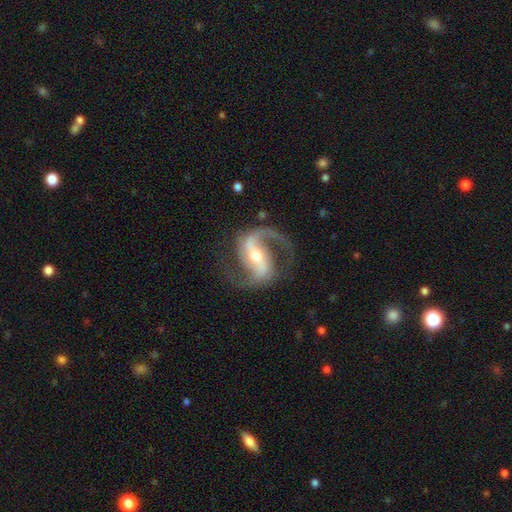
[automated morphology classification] Smooth or featured?
  - featured or disk: 93% *
  - star or artifact: 4%
  - smooth: 3%
Edge-on disk?
  - no: 97% *
  - yes: 3%
Bar?
  - strong: 54% *
  - weak: 32%
  - no: 14%
Spiral arms?
  - yes: 98% *
  - no: 2%
Spiral winding?
  - medium: 54% *
  - loose: 35%
  - tight: 11%
Spiral arm count?
  - 2: 92% *
  - 1: 3%
  - can't tell: 2%
  - 3: 1%
  - 4: 1%
  - more than 4: 1%
Bulge size?
  - moderate: 50% *
  - small: 45%
  - large: 3%
  - none: 1%
  - dominant: 1%
Merging?
  - none: 76% *
  - minor disturbance: 13%
  - major disturbance: 9%
  - merger: 2%